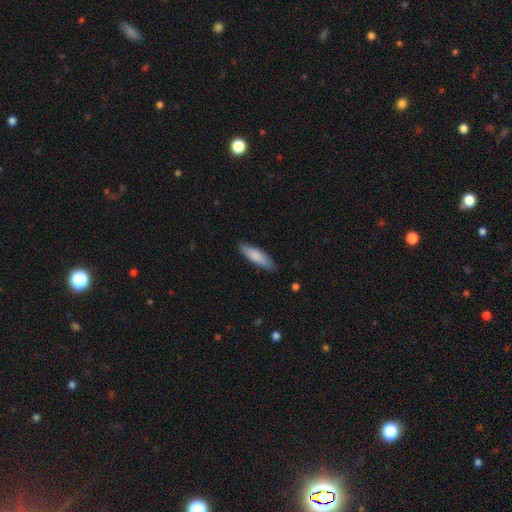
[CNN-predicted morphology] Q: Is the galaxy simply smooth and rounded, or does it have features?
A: smooth — 82%.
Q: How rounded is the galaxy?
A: cigar-shaped — 64%.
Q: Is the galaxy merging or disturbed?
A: none — 85%.